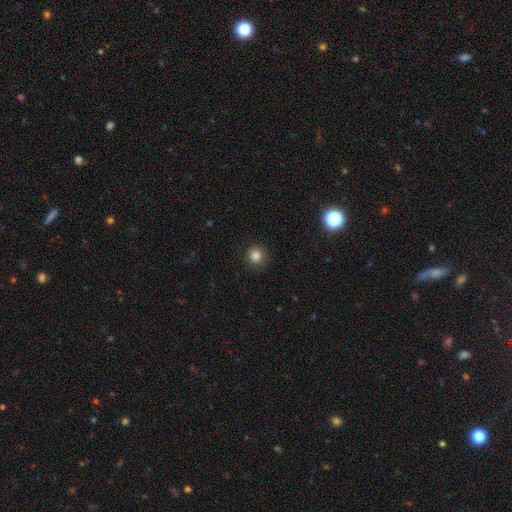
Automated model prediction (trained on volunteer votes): Smooth or featured? smooth (84%)
How rounded? round (91%)
Merging? none (87%)